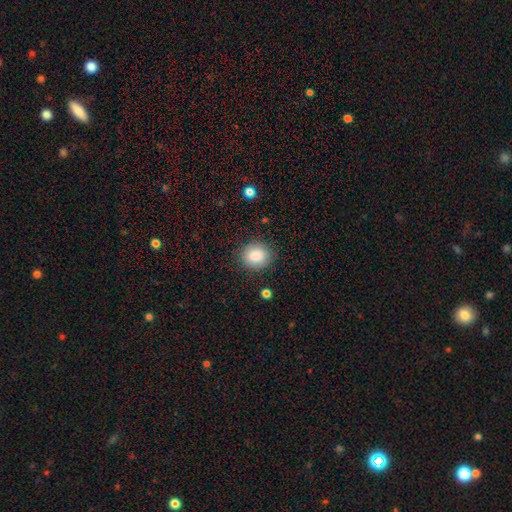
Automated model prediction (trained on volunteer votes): Q: Smooth or featured?
A: smooth (86%); runner-up: star or artifact (9%)
Q: How rounded?
A: round (80%); runner-up: in between (19%)
Q: Merging?
A: none (86%); runner-up: minor disturbance (9%)